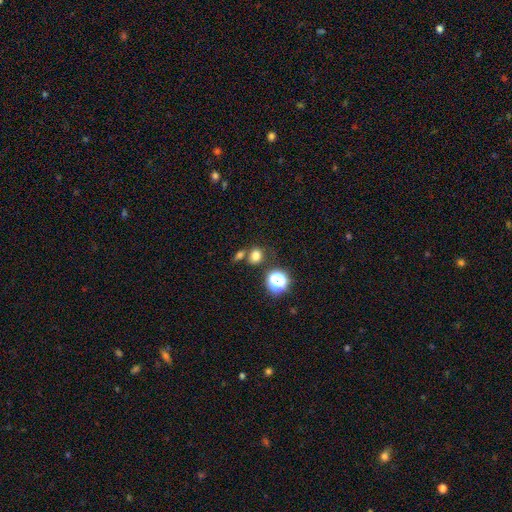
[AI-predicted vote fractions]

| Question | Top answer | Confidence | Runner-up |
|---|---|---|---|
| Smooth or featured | smooth | 74% | star or artifact (19%) |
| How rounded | round | 54% | in between (44%) |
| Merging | none | 61% | merger (22%) |